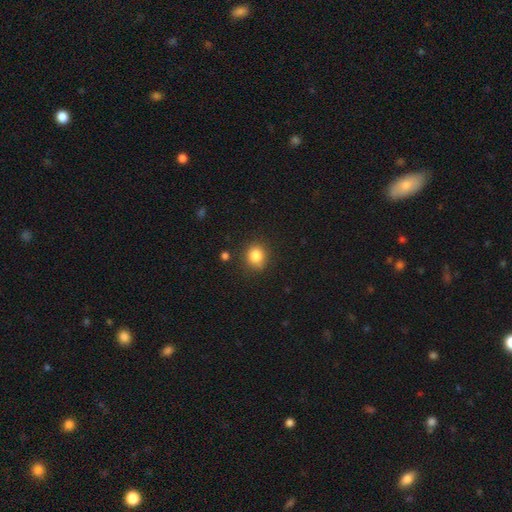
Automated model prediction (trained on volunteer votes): A smooth galaxy with no disk features (83%) that is round (78%). Merging: none (82%).